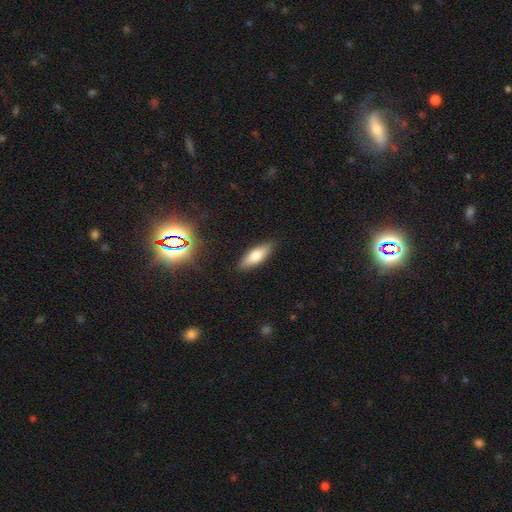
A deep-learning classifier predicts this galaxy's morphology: smooth_or_featured: smooth (p=0.69) [alt: featured or disk p=0.23]
how_rounded: in between (p=0.64) [alt: cigar-shaped p=0.33]
merging: none (p=0.88) [alt: minor disturbance p=0.09]